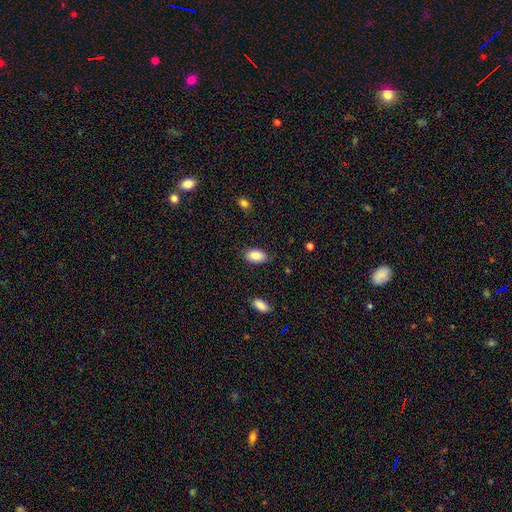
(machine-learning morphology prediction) A smooth galaxy with no disk features (87%) that is in between round and cigar-shaped (93%). Merging: none (80%).